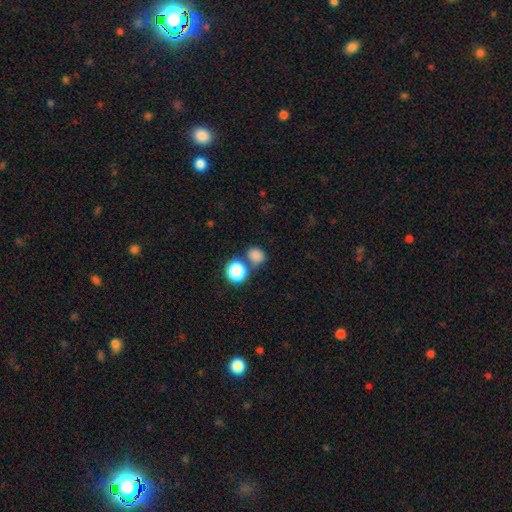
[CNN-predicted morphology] The model was most divided on "merging": none: 59%, merger: 26%, minor disturbance: 11%, major disturbance: 5%. More confident: smooth or featured — smooth (79%); how rounded — round (72%).